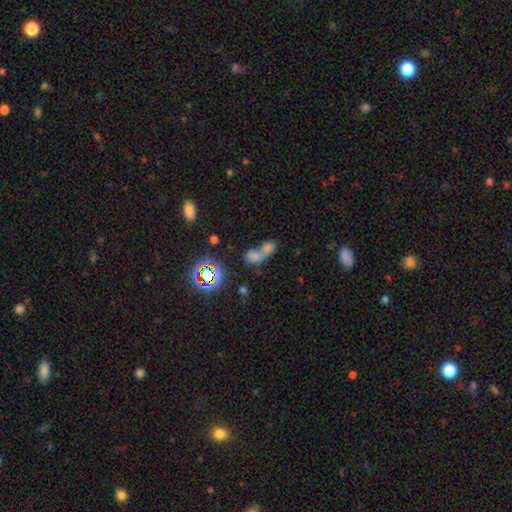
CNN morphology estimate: The model was most divided on "smooth or featured": smooth: 65%, star or artifact: 21%, featured or disk: 14%. More confident: how rounded — in between (75%); merging — merger (73%).